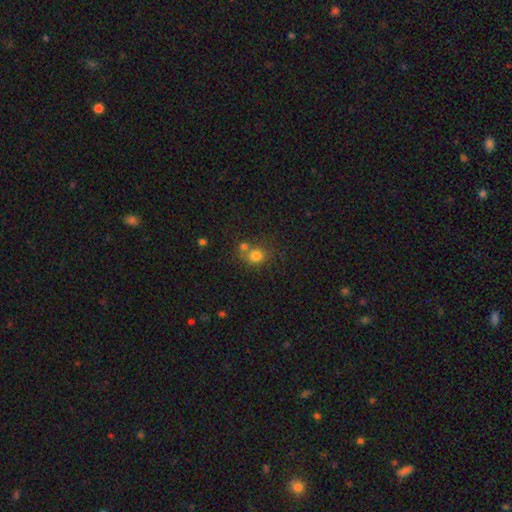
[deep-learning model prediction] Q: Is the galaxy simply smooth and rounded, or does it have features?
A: smooth — 78%.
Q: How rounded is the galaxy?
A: round — 77%.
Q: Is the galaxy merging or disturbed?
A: none — 51%.